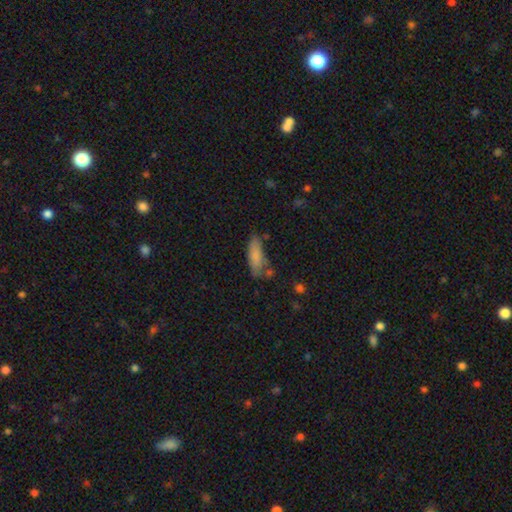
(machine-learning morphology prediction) Smooth or featured?
  - smooth: 80% *
  - featured or disk: 13%
  - star or artifact: 7%
How rounded?
  - in between: 59% *
  - cigar-shaped: 39%
  - round: 2%
Merging?
  - none: 58% *
  - minor disturbance: 25%
  - merger: 10%
  - major disturbance: 7%